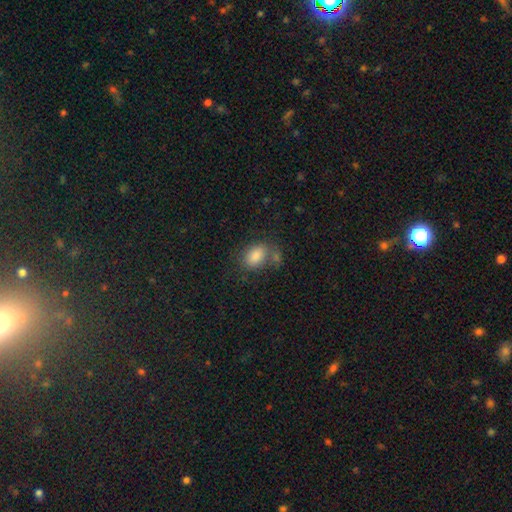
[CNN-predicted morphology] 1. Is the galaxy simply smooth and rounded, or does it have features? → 83% smooth, 9% star or artifact, 7% featured or disk.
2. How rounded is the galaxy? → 80% in between, 18% round, 2% cigar-shaped.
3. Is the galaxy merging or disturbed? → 56% none, 19% merger, 18% minor disturbance, 8% major disturbance.